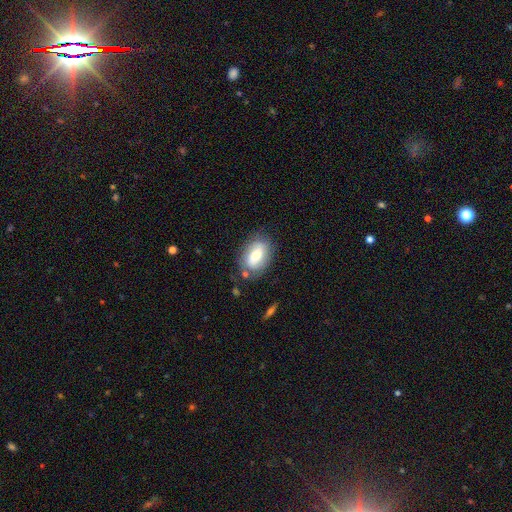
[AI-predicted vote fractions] This appears to be a smooth galaxy with no disk features (65%) that is in between round and cigar-shaped (87%). Merging: none (71%).